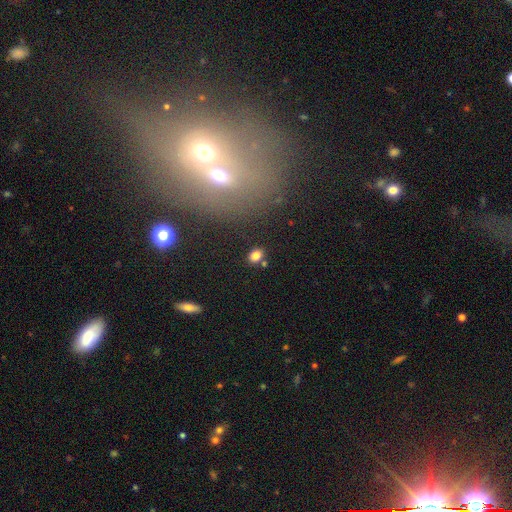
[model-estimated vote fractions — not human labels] Smooth or featured? Predicted: smooth (p=0.81). How rounded? Predicted: in between (p=0.64). Merging? Predicted: none (p=0.79).